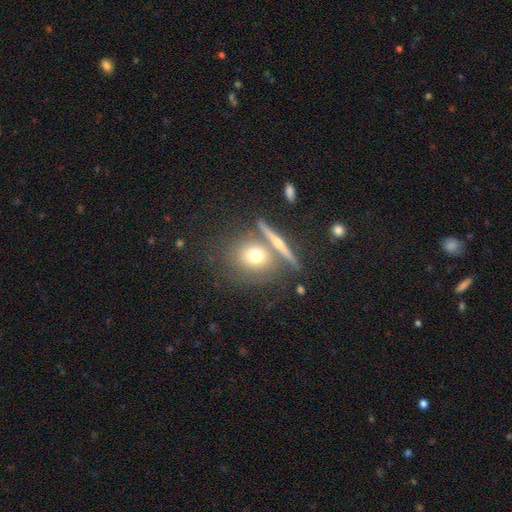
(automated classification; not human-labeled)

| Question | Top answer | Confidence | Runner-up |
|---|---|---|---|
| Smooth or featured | smooth | 59% | featured or disk (29%) |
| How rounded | round | 77% | in between (18%) |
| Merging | none | 64% | merger (21%) |